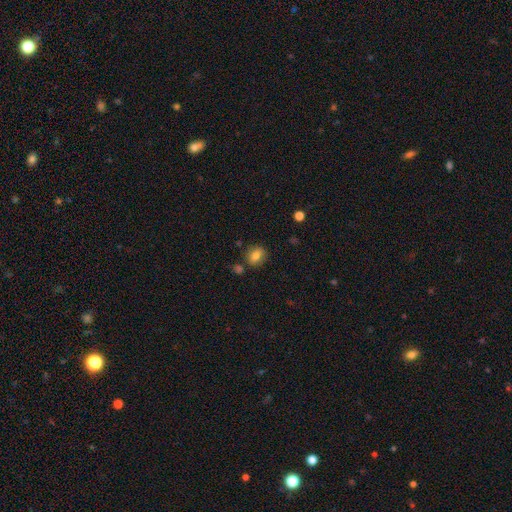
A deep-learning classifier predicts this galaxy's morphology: Smooth or featured? smooth (78%)
How rounded? round (59%)
Merging? none (80%)